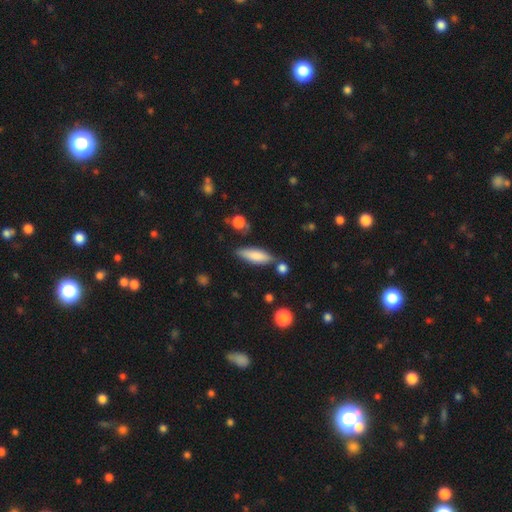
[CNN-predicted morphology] type=smooth (78%); roundness=cigar-shaped (52%); merging=none (72%).